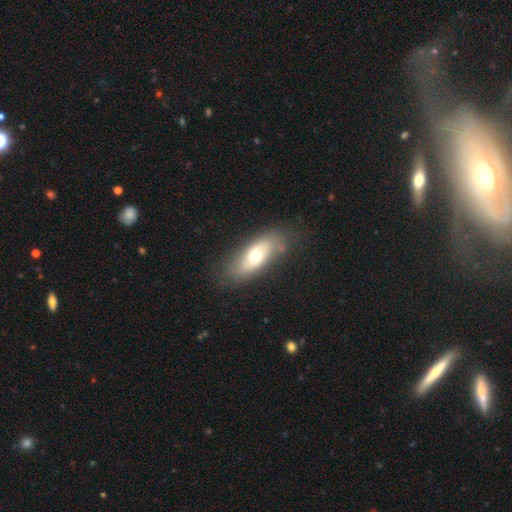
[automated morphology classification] Smooth or featured: smooth — 57% (featured or disk — 35%)
How rounded: in between — 79% (cigar-shaped — 17%)
Merging: none — 76% (minor disturbance — 16%)